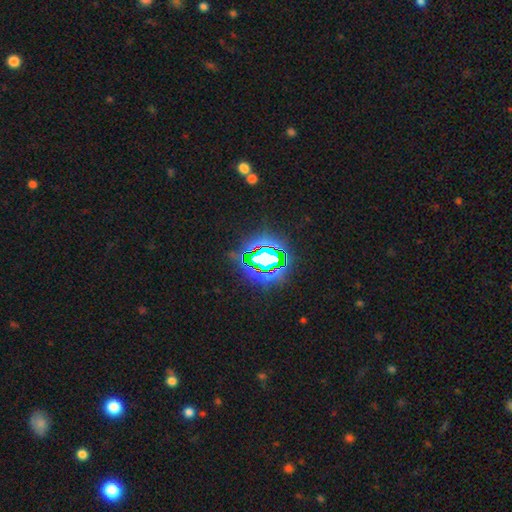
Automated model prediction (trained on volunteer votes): smooth-or-featured: star or artifact: 82% | smooth: 11% | featured or disk: 8%